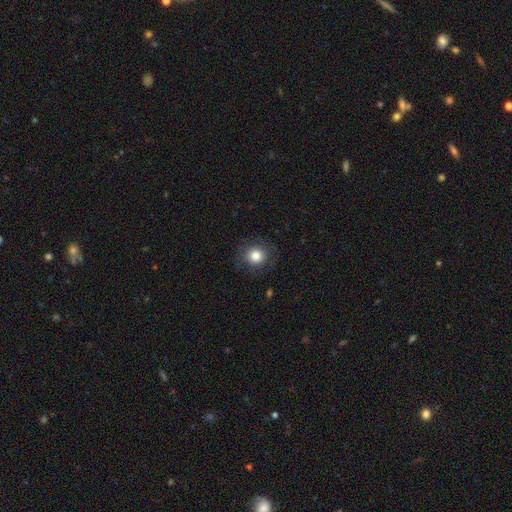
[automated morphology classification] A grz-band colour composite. It shows a smooth galaxy with no disk features (80%) that is round (88%). Merging: none (83%).